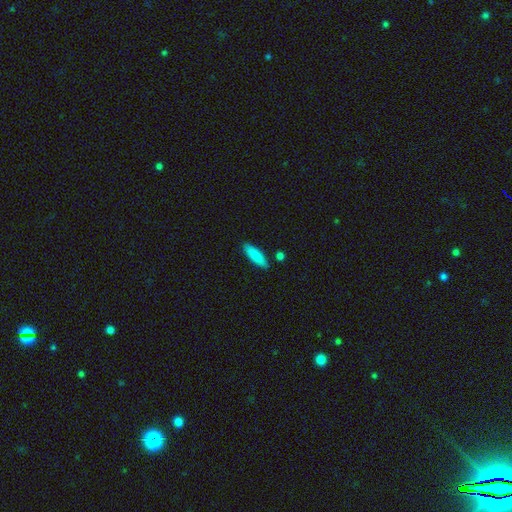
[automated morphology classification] A smooth galaxy with no disk features (86%) that is cigar-shaped (57%).

Vote fractions:
- Smooth or featured? smooth: 86% / featured or disk: 8% / star or artifact: 6%
- How rounded? cigar-shaped: 57% / in between: 41% / round: 2%
- Merging? none: 86% / minor disturbance: 10% / merger: 3% / major disturbance: 2%